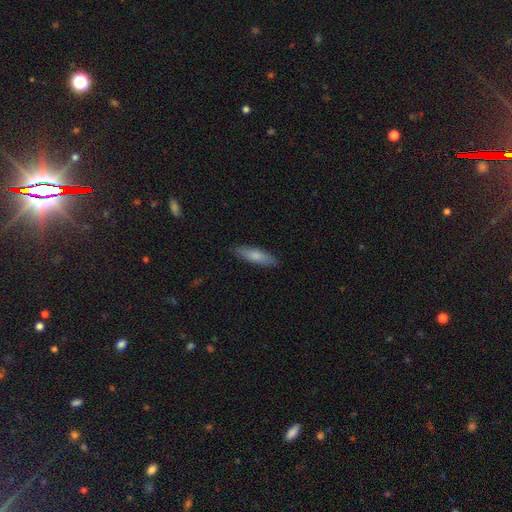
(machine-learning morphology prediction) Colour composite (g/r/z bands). It shows a smooth galaxy with no disk features (78%) that is cigar-shaped (62%). Merging: none (87%).